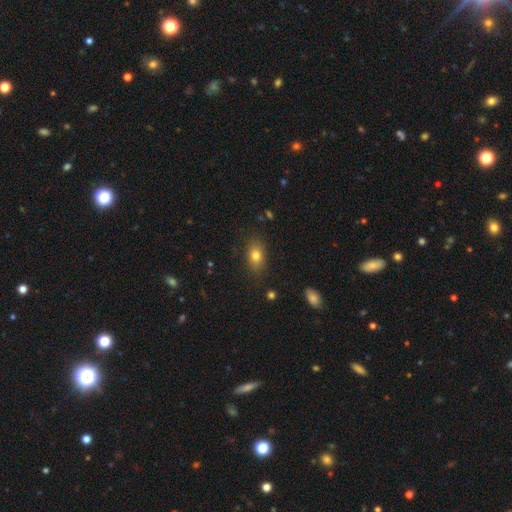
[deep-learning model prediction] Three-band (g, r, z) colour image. It shows a smooth galaxy with no disk features (78%) that is in between round and cigar-shaped (81%). Merging: none (83%).